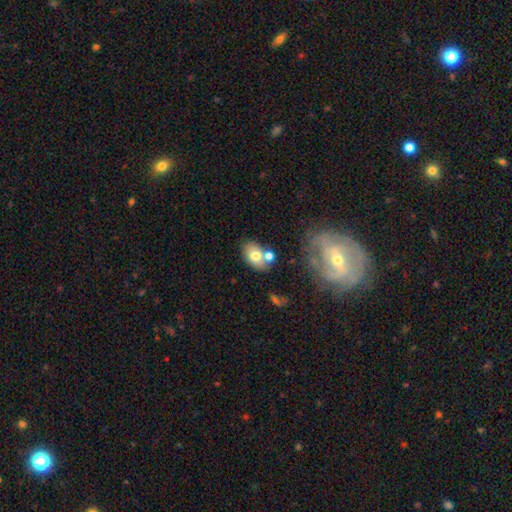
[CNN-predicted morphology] Smooth or featured?
  - smooth: 70% *
  - featured or disk: 21%
  - star or artifact: 9%
How rounded?
  - in between: 80% *
  - round: 19%
  - cigar-shaped: 1%
Merging?
  - none: 53% *
  - merger: 27%
  - minor disturbance: 15%
  - major disturbance: 5%